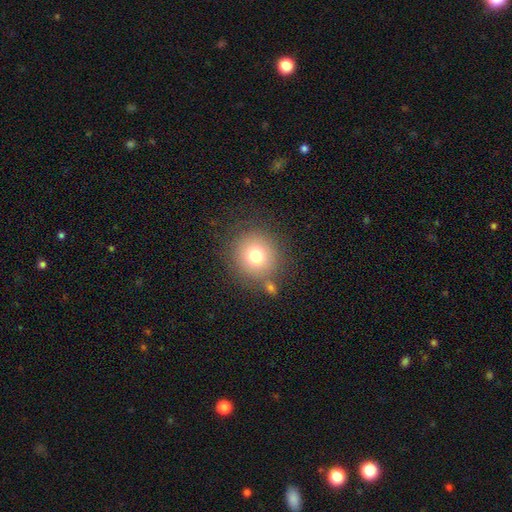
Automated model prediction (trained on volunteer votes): Q: Smooth or featured?
A: smooth (76%); runner-up: star or artifact (12%)
Q: How rounded?
A: round (92%); runner-up: in between (7%)
Q: Merging?
A: none (76%); runner-up: minor disturbance (11%)